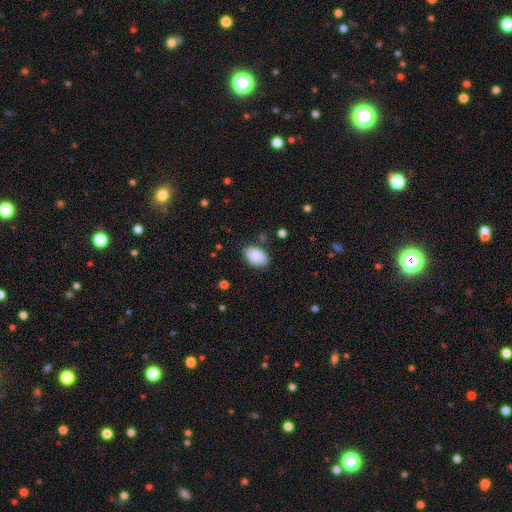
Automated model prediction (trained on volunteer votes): Smooth or featured? Predicted: smooth (p=0.88). How rounded? Predicted: in between (p=0.89). Merging? Predicted: none (p=0.78).